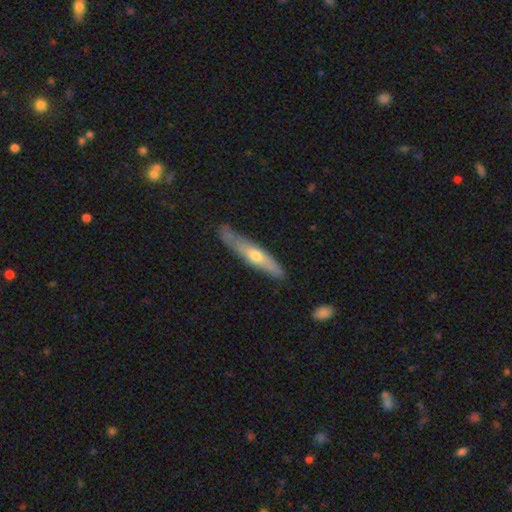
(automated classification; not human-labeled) Q: Smooth or featured?
A: featured or disk (51%); runner-up: smooth (44%)
Q: Edge-on disk?
A: yes (83%); runner-up: no (17%)
Q: Merging?
A: none (77%); runner-up: minor disturbance (17%)